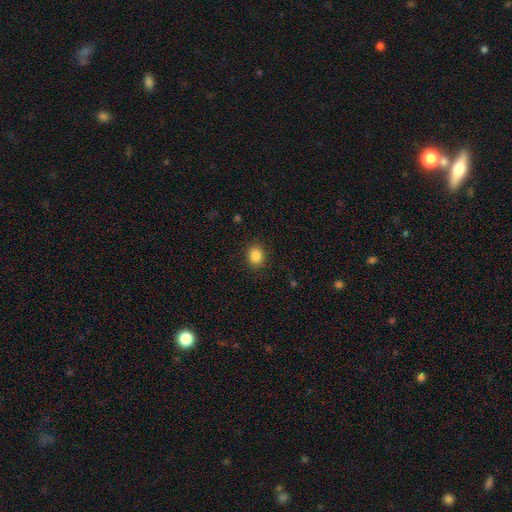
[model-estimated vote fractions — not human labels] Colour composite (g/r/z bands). It shows a smooth galaxy with no disk features (85%) that is round (68%). Merging: none (90%).